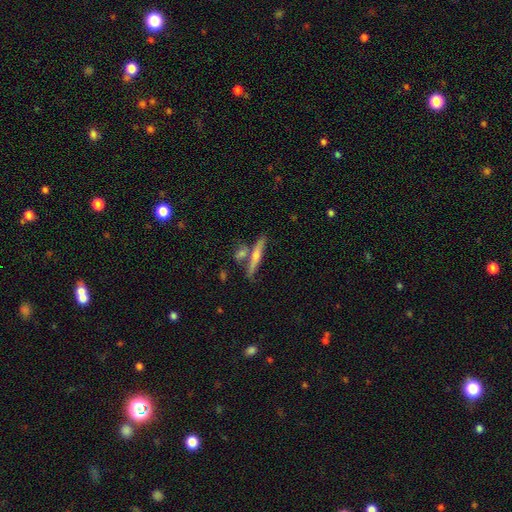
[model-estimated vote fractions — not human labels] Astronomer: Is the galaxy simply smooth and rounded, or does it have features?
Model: featured or disk — 50% (runner-up: smooth, 44%).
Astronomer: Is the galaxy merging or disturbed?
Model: none — 66%.